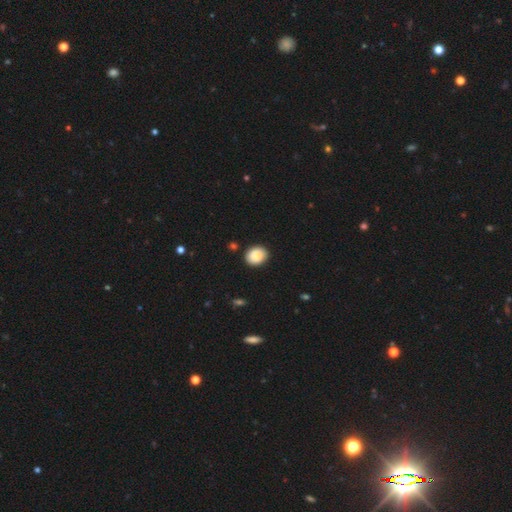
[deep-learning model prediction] A smooth galaxy with no disk features (85%) that is round (59%). Merging: none (90%).